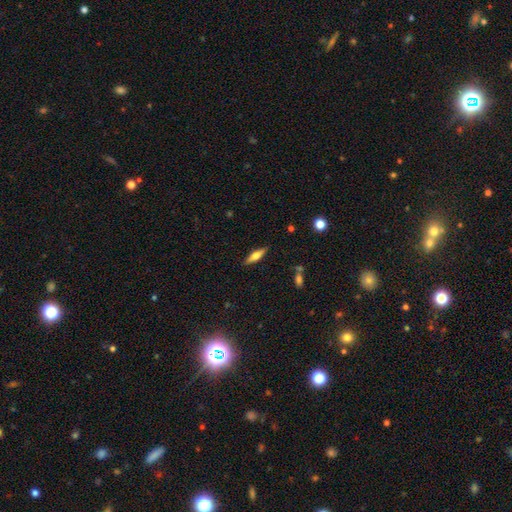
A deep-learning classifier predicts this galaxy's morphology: Smooth or featured?
  - smooth: 48% *
  - featured or disk: 45%
  - star or artifact: 7%
Merging?
  - none: 87% *
  - minor disturbance: 9%
  - major disturbance: 2%
  - merger: 2%